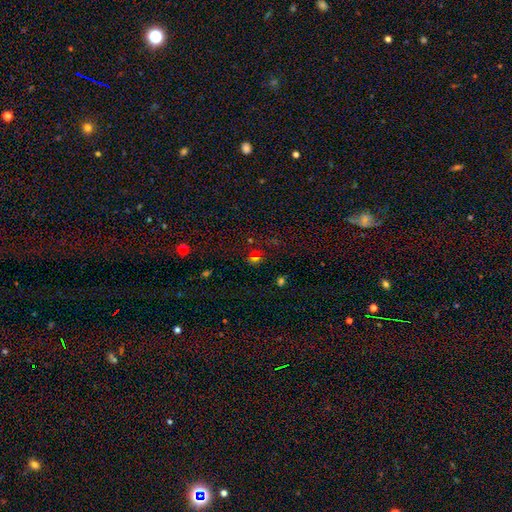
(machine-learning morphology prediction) A smooth galaxy with no disk features (54%) that is round (78%).

Vote fractions:
- Smooth or featured? smooth: 54% / star or artifact: 37% / featured or disk: 9%
- How rounded? round: 78% / in between: 21% / cigar-shaped: 1%
- Merging? none: 72% / minor disturbance: 14% / merger: 8% / major disturbance: 6%